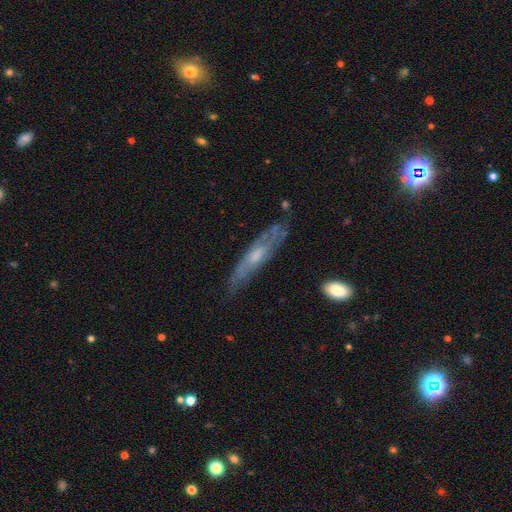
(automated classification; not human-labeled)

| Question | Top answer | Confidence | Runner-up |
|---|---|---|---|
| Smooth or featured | featured or disk | 64% | smooth (29%) |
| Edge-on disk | yes | 51% | no (49%) |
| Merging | none | 62% | minor disturbance (25%) |